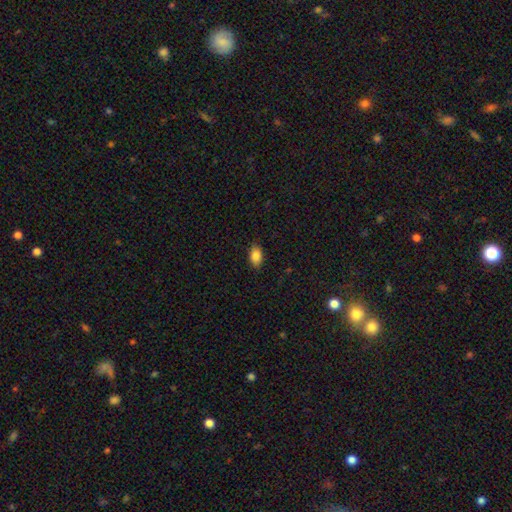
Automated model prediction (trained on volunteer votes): Smooth or featured: smooth — 87% (star or artifact — 8%)
How rounded: in between — 89% (round — 9%)
Merging: none — 86% (minor disturbance — 11%)